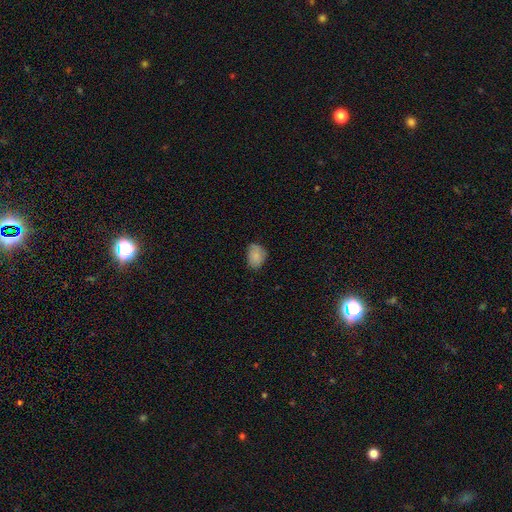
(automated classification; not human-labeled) Overall: smooth (84%). How rounded: in between (67%; round 32%). Merging: none (62%; minor disturbance 31%).